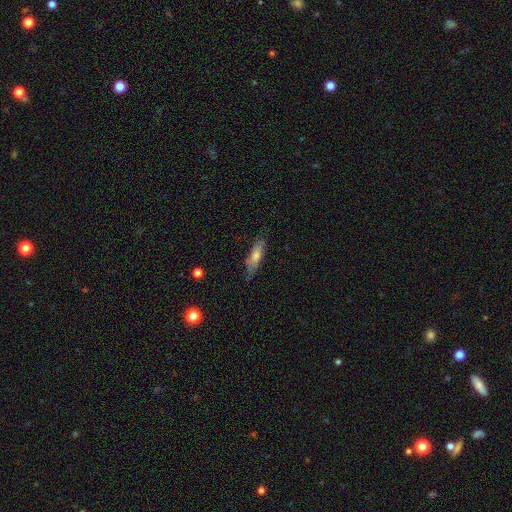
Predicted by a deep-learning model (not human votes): The model was most divided on "smooth or featured": smooth: 57%, featured or disk: 35%, star or artifact: 8%. More confident: merging — none (74%); how rounded — cigar-shaped (66%).